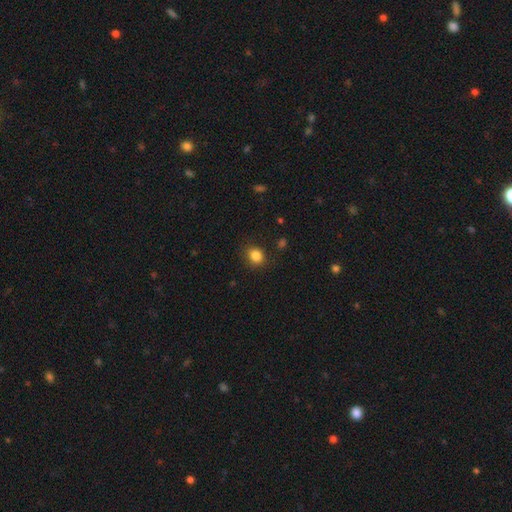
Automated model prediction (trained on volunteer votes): The model was most divided on "how rounded": round: 67%, in between: 32%, cigar-shaped: 1%. More confident: smooth or featured — smooth (84%); merging — none (84%).